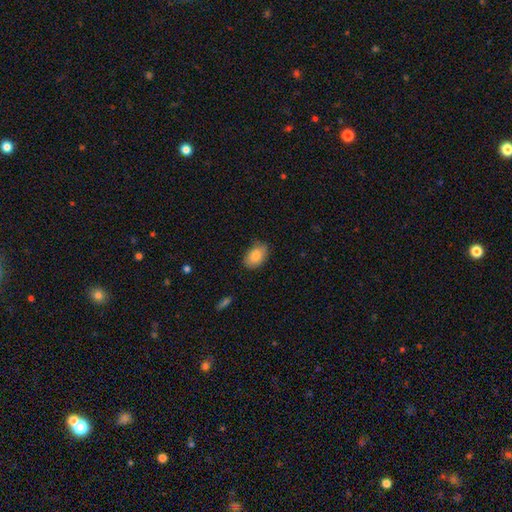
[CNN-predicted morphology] Smooth or featured? smooth (85%)
How rounded? in between (87%)
Merging? none (79%)